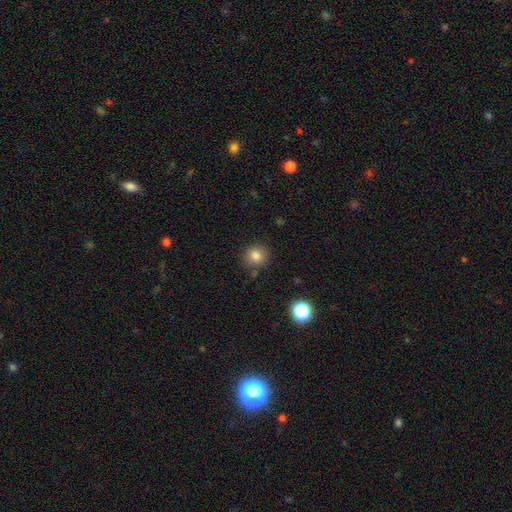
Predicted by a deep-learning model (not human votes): Smooth or featured: smooth — 82% (star or artifact — 12%)
How rounded: round — 87% (in between — 12%)
Merging: none — 84% (minor disturbance — 10%)